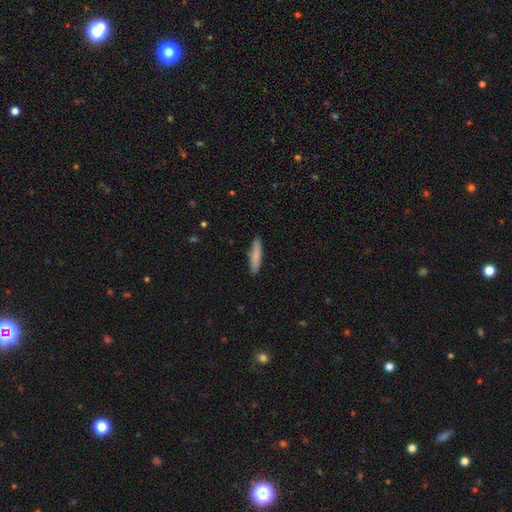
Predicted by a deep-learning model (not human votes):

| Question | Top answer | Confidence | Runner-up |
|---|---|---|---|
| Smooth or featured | smooth | 81% | featured or disk (14%) |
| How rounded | cigar-shaped | 83% | in between (16%) |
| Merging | none | 89% | minor disturbance (9%) |